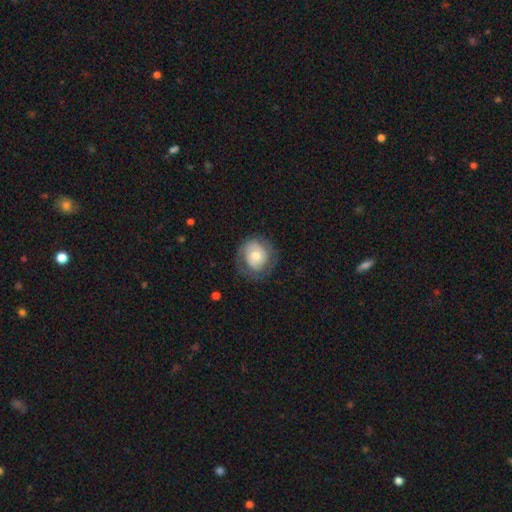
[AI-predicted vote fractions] smooth_or_featured: featured or disk (p=0.49) [alt: smooth p=0.44]
merging: none (p=0.65) [alt: minor disturbance p=0.20]